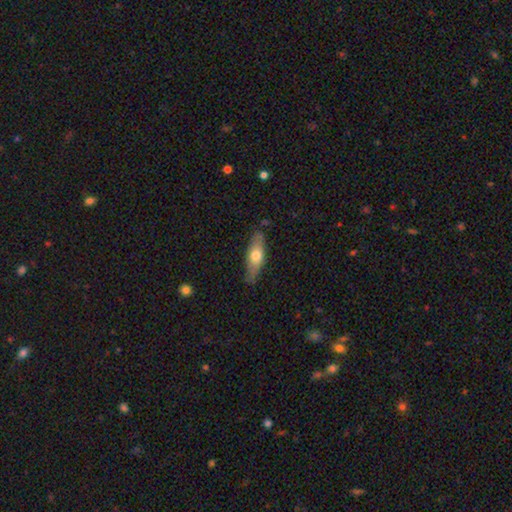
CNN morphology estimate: This appears to be a smooth galaxy with no disk features (59%) that is in between round and cigar-shaped (54%). Merging: none (78%).